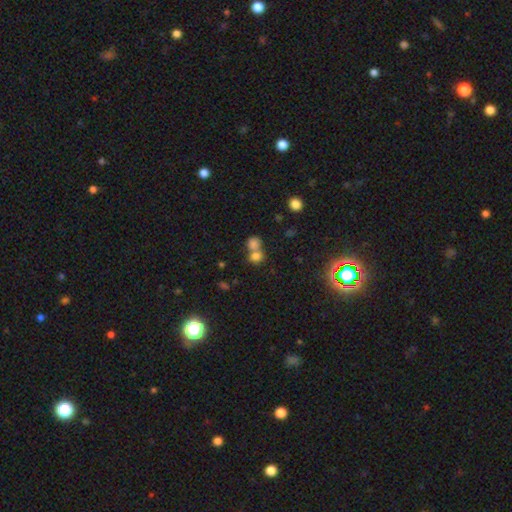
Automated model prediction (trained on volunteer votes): Q: Smooth or featured?
A: smooth (75%); runner-up: star or artifact (15%)
Q: How rounded?
A: round (68%); runner-up: in between (31%)
Q: Merging?
A: merger (56%); runner-up: none (35%)